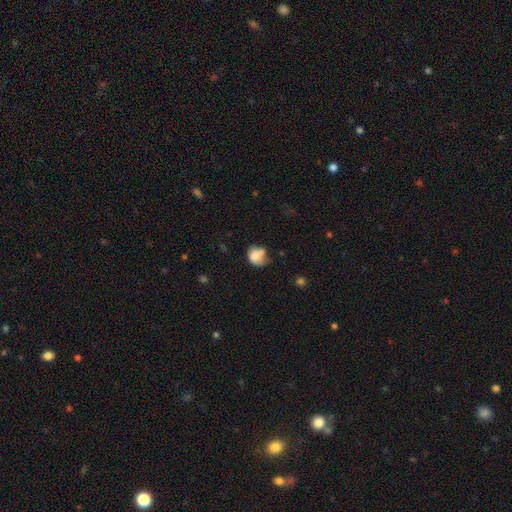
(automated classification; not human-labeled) The model was most divided on "how rounded": in between: 50%, round: 49%, cigar-shaped: 1%. Remaining: smooth or featured — smooth (71%); merging — none (33%).